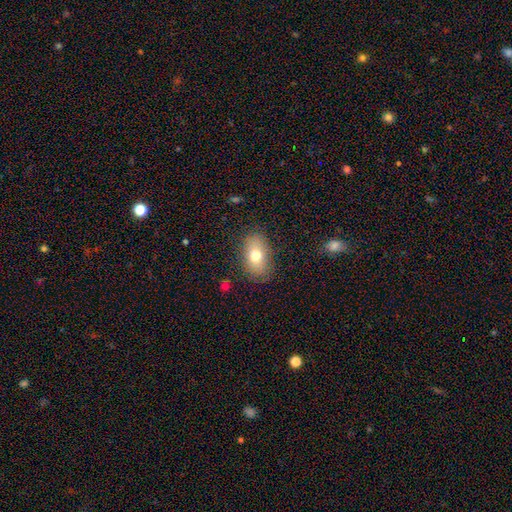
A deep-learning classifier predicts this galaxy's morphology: smooth 74%, featured or disk 17%, star or artifact 9%. Down the decision tree: how rounded — in between (87%); merging — none (84%).